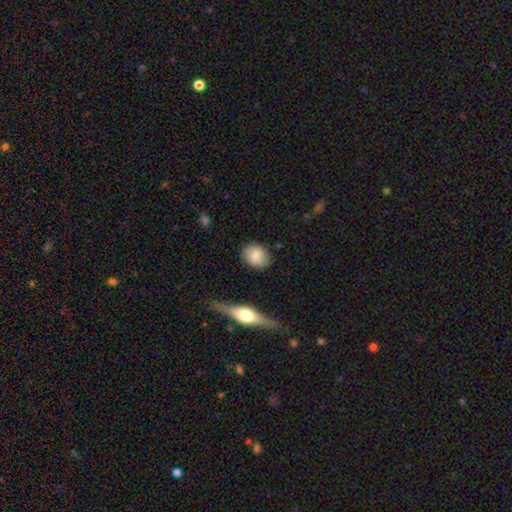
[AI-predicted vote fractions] Morphology: type=smooth (82%); roundness=in between (50%); merging=none (84%).